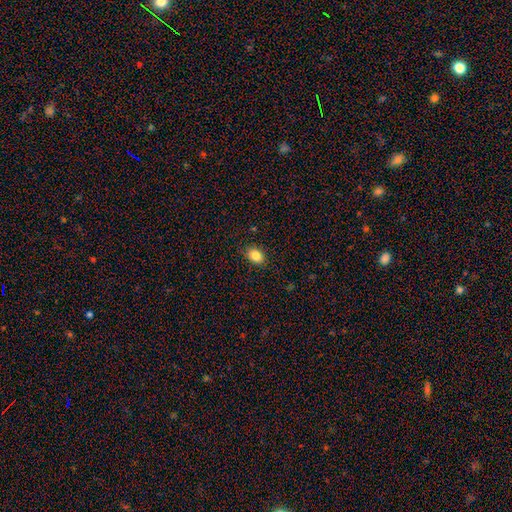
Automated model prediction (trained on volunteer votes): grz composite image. It shows a smooth galaxy with no disk features (85%) that is in between round and cigar-shaped (72%). Merging: none (86%).